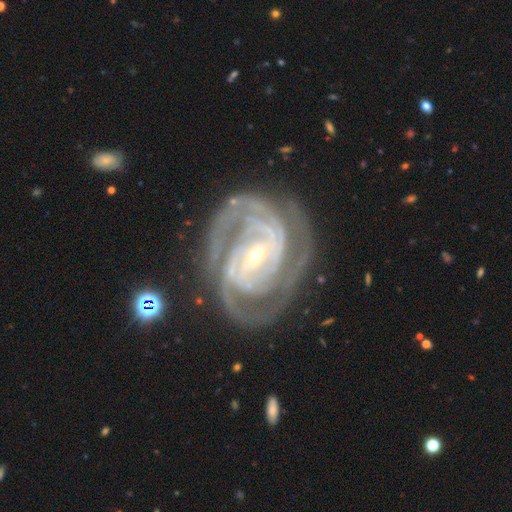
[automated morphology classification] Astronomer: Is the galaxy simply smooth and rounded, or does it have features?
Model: featured or disk — 92%.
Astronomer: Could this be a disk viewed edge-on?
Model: no — 97%.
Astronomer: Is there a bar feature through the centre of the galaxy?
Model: strong — 39% (runner-up: weak, 36%).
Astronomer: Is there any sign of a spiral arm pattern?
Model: yes — 98%.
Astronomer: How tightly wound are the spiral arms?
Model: tight — 70%.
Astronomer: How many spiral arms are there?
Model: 2 — 30% (runner-up: 3, 26%).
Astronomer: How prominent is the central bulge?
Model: small — 79%.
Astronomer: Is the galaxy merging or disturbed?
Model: none — 74%.